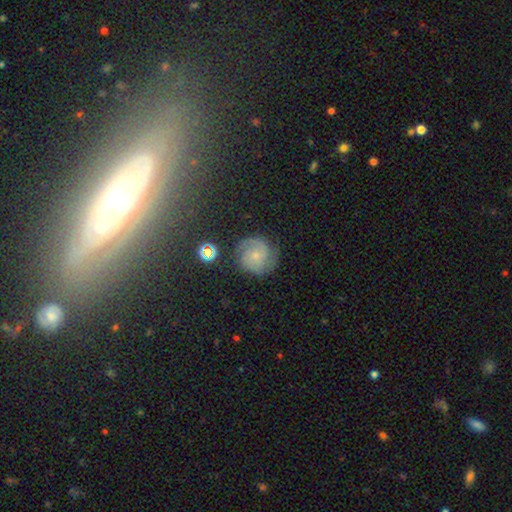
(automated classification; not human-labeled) The model was most divided on "spiral winding": tight: 47%, medium: 41%, loose: 12%. More confident: edge-on disk — no (98%); spiral arms — yes (93%); merging — none (75%); bulge size — small (75%); bar — no (73%); smooth or featured — featured or disk (64%); spiral arm count — 2 (55%).